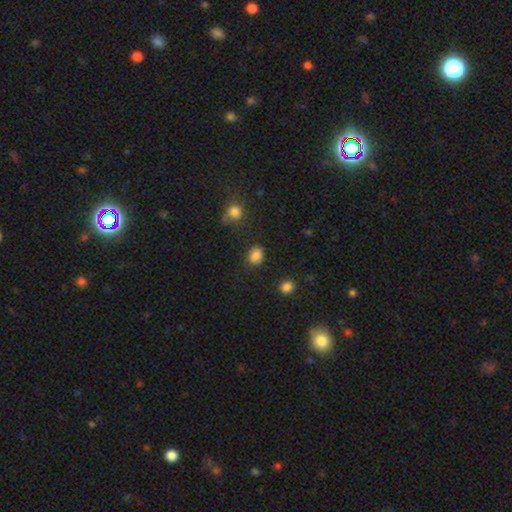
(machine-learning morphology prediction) Smooth or featured?
  - smooth: 86% *
  - star or artifact: 10%
  - featured or disk: 4%
How rounded?
  - in between: 62% *
  - round: 37%
  - cigar-shaped: 1%
Merging?
  - none: 81% *
  - minor disturbance: 12%
  - major disturbance: 4%
  - merger: 3%